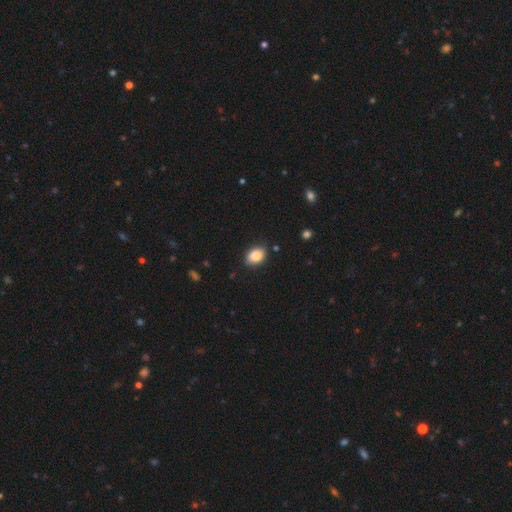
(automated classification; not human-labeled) A smooth galaxy with no disk features (85%) that is in between round and cigar-shaped (78%). Merging: none (83%).